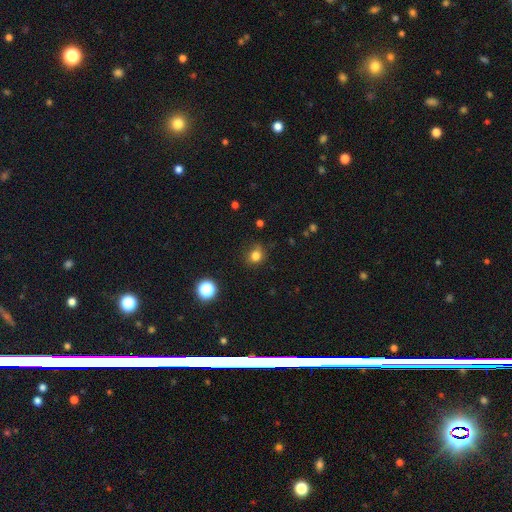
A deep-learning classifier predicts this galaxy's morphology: smooth 80%, star or artifact 15%, featured or disk 6%. Down the decision tree: how rounded — round (75%); merging — none (75%).